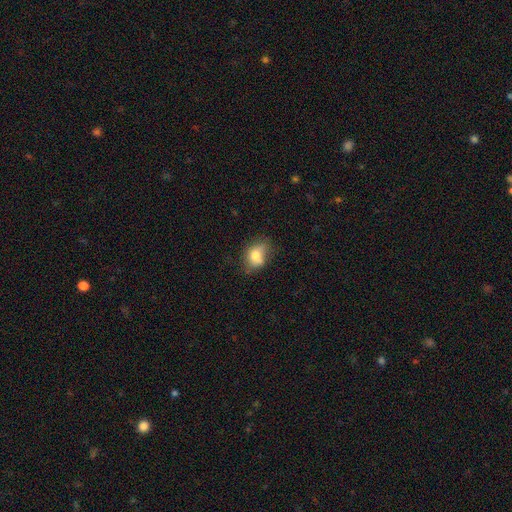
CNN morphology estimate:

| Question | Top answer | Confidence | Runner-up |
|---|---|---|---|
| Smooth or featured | smooth | 74% | featured or disk (16%) |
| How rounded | in between | 66% | round (33%) |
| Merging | none | 48% | minor disturbance (32%) |